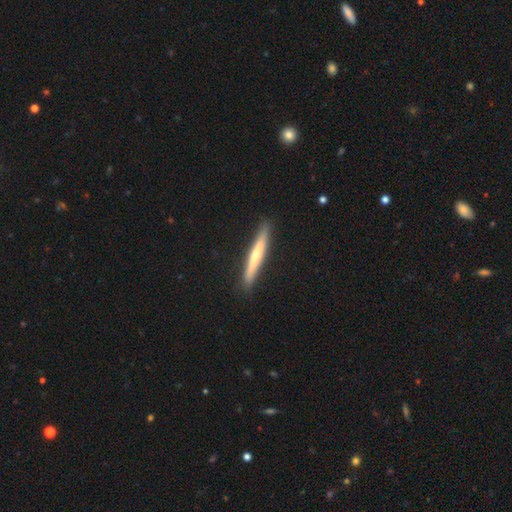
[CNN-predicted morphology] Overall: smooth (50%; featured or disk 45%). How rounded: cigar-shaped (96%). Merging: none (90%).